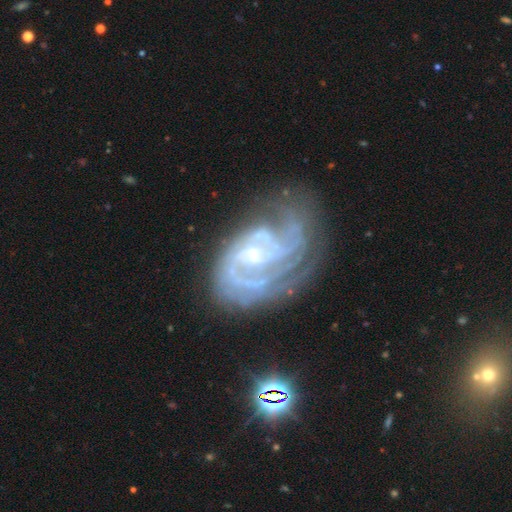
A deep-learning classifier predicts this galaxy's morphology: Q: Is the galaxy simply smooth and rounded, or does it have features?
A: featured or disk — 86%.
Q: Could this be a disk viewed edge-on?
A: no — 97%.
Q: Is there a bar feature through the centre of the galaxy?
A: no — 57%.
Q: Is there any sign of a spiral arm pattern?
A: yes — 94%.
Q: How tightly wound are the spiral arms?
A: tight — 57%.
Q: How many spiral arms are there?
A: can't tell — 31%.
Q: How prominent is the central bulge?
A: small — 70%.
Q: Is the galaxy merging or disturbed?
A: none — 49%.